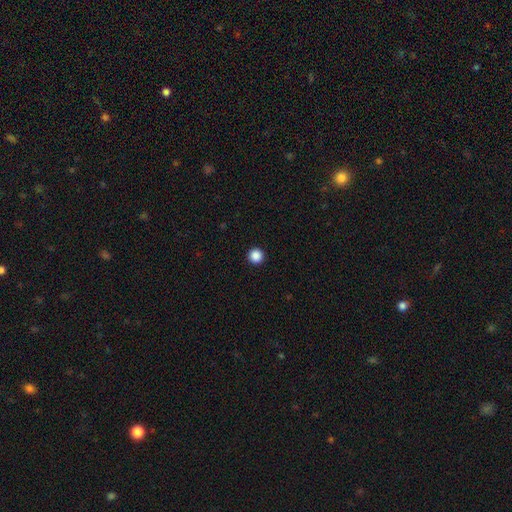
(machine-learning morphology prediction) A smooth galaxy with no disk features (88%) that is round (97%).

Vote fractions:
- Smooth or featured? smooth: 88% / star or artifact: 10% / featured or disk: 2%
- How rounded? round: 97% / in between: 2% / cigar-shaped: 1%
- Merging? none: 94% / minor disturbance: 4% / major disturbance: 1% / merger: 1%